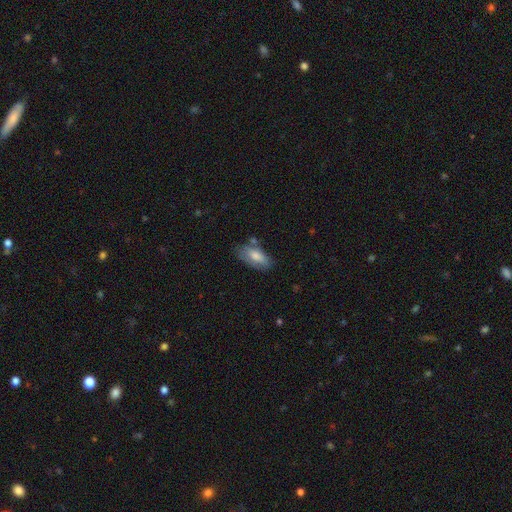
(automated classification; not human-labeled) A smooth galaxy with no disk features (76%) that is in between round and cigar-shaped (89%). Merging: none (61%).